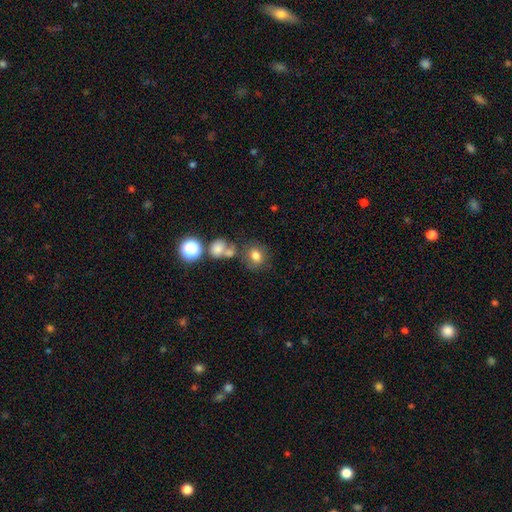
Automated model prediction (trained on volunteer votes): Smooth or featured: smooth — 76% (star or artifact — 13%)
How rounded: round — 63% (in between — 36%)
Merging: none — 59% (merger — 21%)